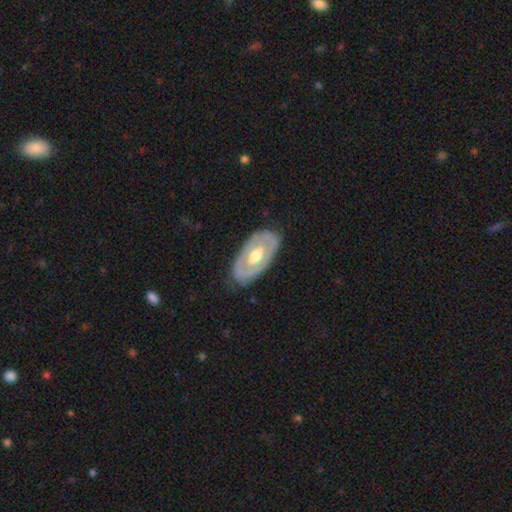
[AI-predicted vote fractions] smooth_or_featured: featured or disk (p=0.64) [alt: smooth p=0.32]
disk_edge_on: no (p=0.88) [alt: yes p=0.12]
bar: no (p=0.67) [alt: weak p=0.24]
has_spiral_arms: no (p=0.80) [alt: yes p=0.20]
bulge_size: moderate (p=0.68) [alt: large p=0.20]
merging: none (p=0.81) [alt: minor disturbance p=0.14]